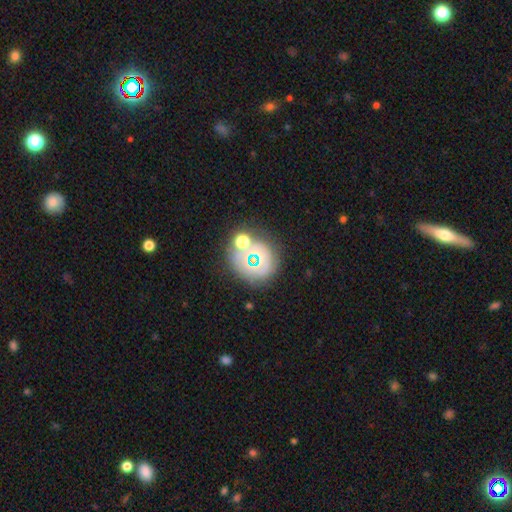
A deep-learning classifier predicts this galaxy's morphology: This is marginally a star or artifact rather than a galaxy (41%).